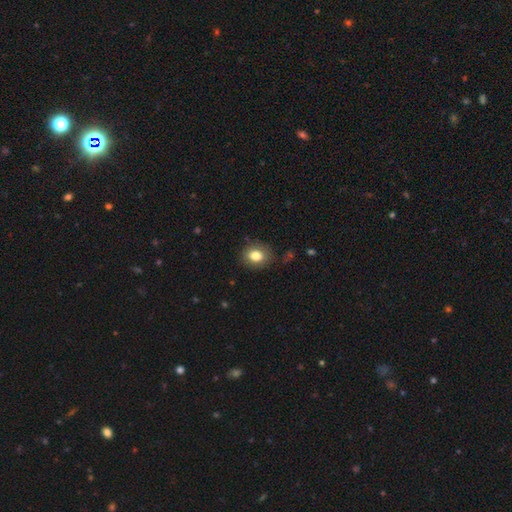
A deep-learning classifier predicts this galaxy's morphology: Smooth or featured? smooth (82%)
How rounded? in between (51%)
Merging? none (83%)